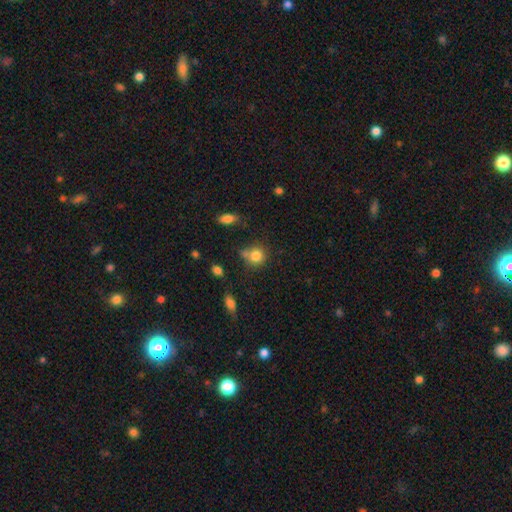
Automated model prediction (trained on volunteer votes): Smooth or featured? smooth (81%)
How rounded? round (82%)
Merging? none (57%)